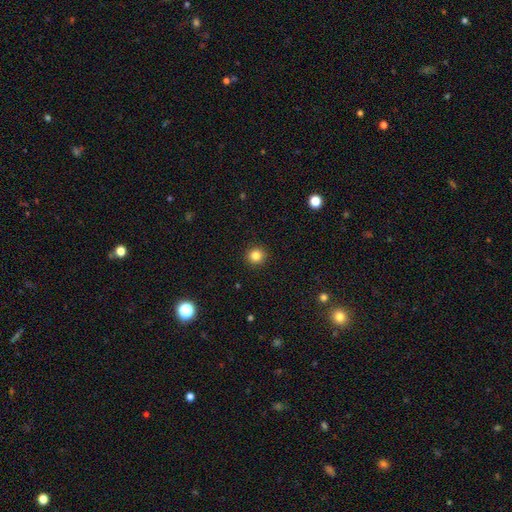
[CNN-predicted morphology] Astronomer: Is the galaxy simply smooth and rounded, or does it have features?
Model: smooth — 83%.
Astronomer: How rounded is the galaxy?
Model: round — 94%.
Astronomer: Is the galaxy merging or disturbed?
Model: none — 93%.